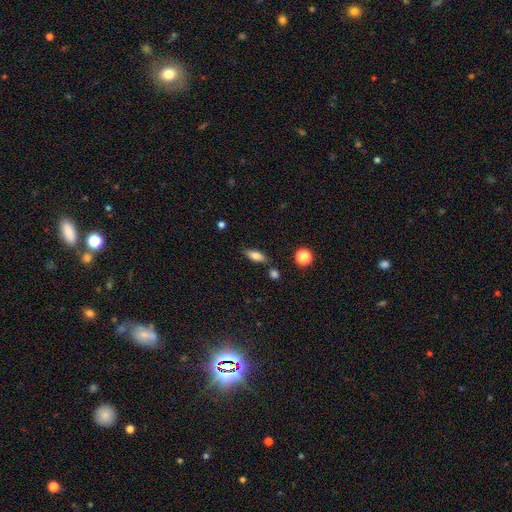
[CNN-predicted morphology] Smooth or featured?
  - smooth: 77% *
  - featured or disk: 14%
  - star or artifact: 9%
How rounded?
  - in between: 74% *
  - cigar-shaped: 22%
  - round: 5%
Merging?
  - none: 78% *
  - minor disturbance: 13%
  - merger: 6%
  - major disturbance: 3%